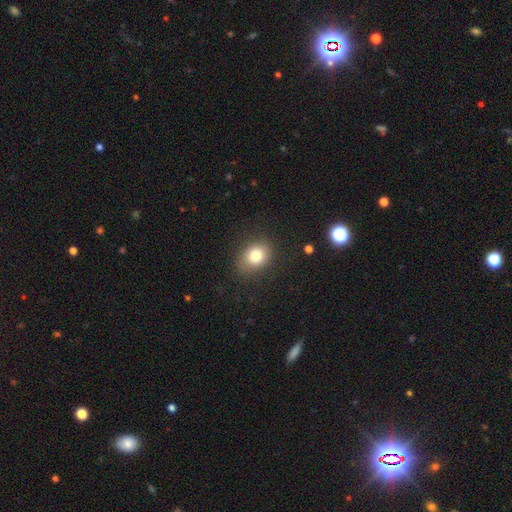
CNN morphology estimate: This appears to be a smooth galaxy with no disk features (80%) that is in between round and cigar-shaped (54%). Merging: none (81%).